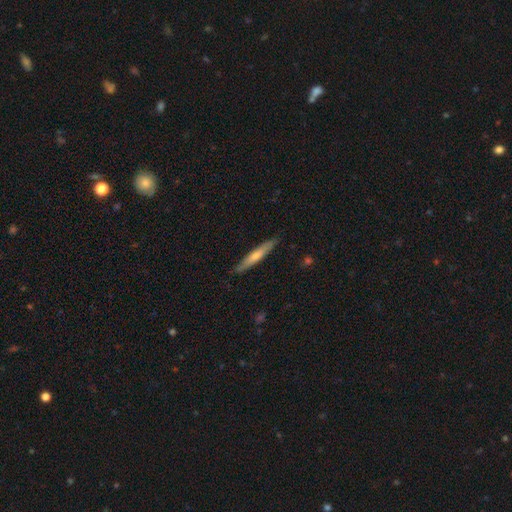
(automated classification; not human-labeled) Smooth or featured: smooth — 60% (featured or disk — 34%)
How rounded: cigar-shaped — 93% (in between — 5%)
Merging: none — 87% (minor disturbance — 10%)